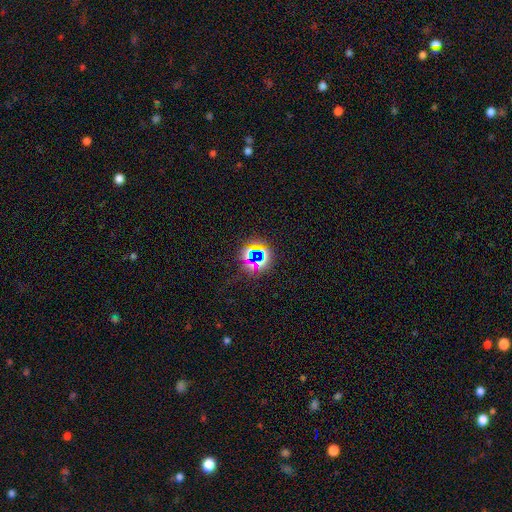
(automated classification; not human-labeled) Smooth or featured?
  - star or artifact: 74% *
  - smooth: 16%
  - featured or disk: 10%